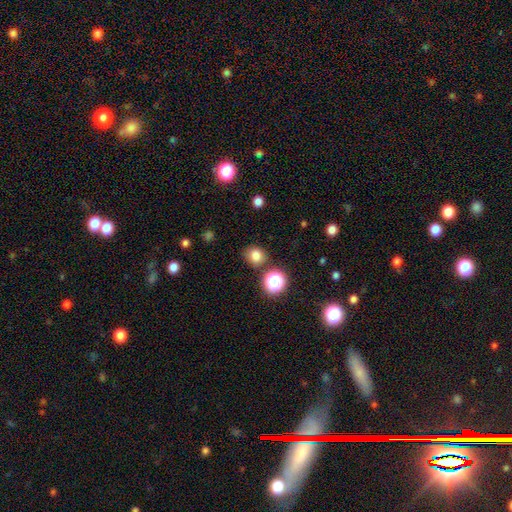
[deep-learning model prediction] This appears to be a smooth galaxy with no disk features (79%) that is round (76%). Merging: none (80%).